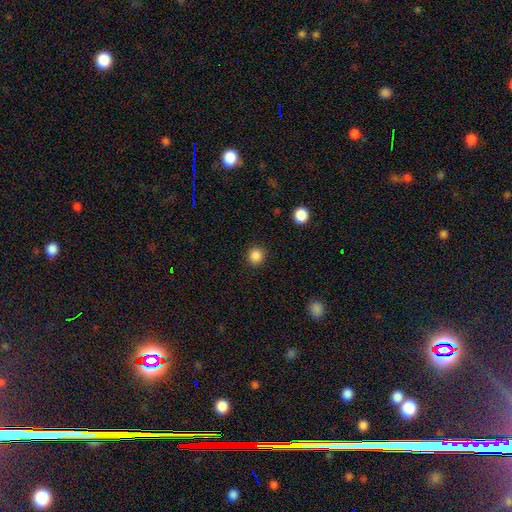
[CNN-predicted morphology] smooth-or-featured: smooth: 86% | star or artifact: 11% | featured or disk: 3%
  how-rounded: round: 89% | in between: 10% | cigar-shaped: 1%
  merging: none: 91% | minor disturbance: 6% | major disturbance: 2% | merger: 1%